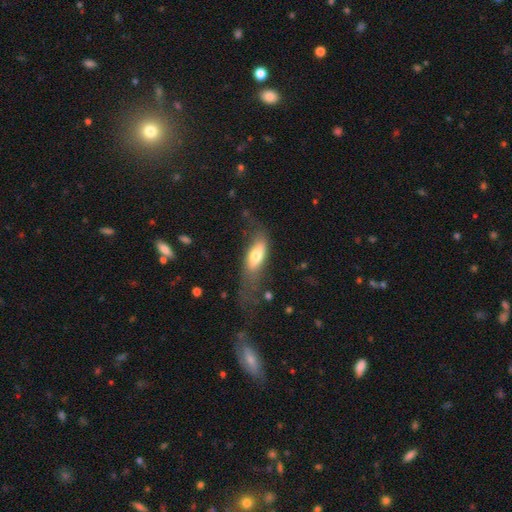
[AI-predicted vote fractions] smooth 59%, featured or disk 35%, star or artifact 6%. Down the decision tree: how rounded — in between (70%); merging — none (38%).